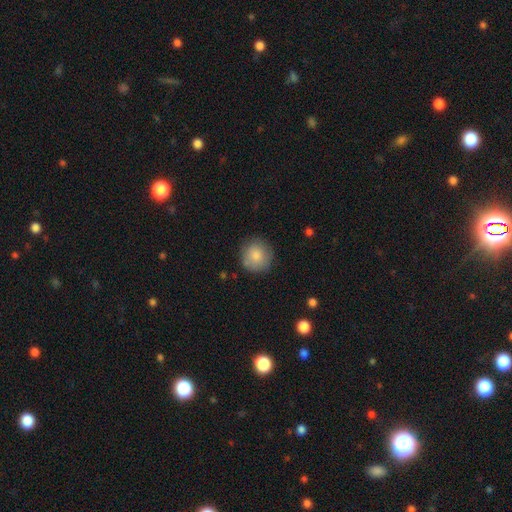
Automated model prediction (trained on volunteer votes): A smooth galaxy with no disk features (83%) that is round (93%).

Vote fractions:
- Smooth or featured? smooth: 83% / featured or disk: 10% / star or artifact: 8%
- How rounded? round: 93% / in between: 6% / cigar-shaped: 1%
- Merging? none: 82% / minor disturbance: 13% / major disturbance: 3% / merger: 2%